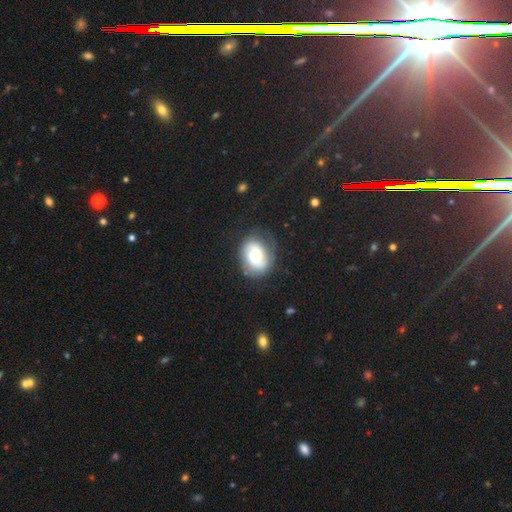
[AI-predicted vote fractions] Morphology: type=featured or disk (51%); edge-on=no (96%); merging=none (65%).